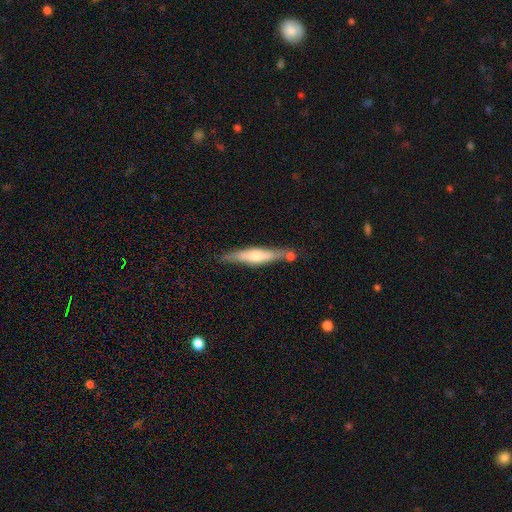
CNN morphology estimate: Smooth or featured: featured or disk — 53% (smooth — 41%)
Edge-on disk: yes — 92% (no — 8%)
Merging: none — 73% (minor disturbance — 14%)